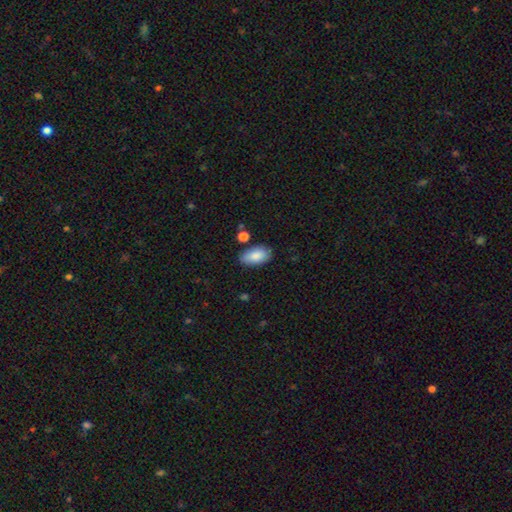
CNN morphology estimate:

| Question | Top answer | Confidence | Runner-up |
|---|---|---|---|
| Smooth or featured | smooth | 87% | featured or disk (7%) |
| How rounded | in between | 94% | round (3%) |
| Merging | none | 80% | minor disturbance (13%) |